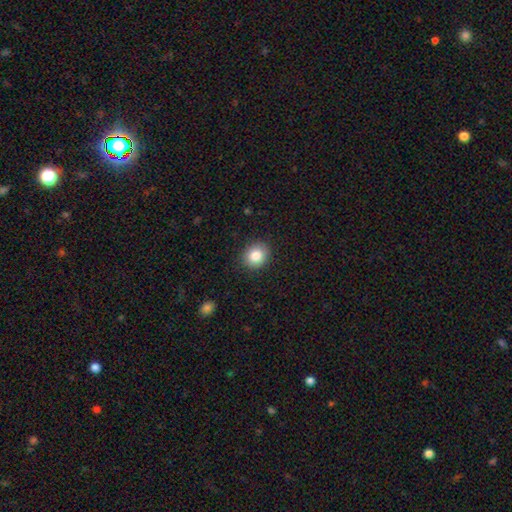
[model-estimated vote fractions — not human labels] smooth 84%, star or artifact 9%, featured or disk 7%. Down the decision tree: how rounded — round (72%); merging — none (89%).